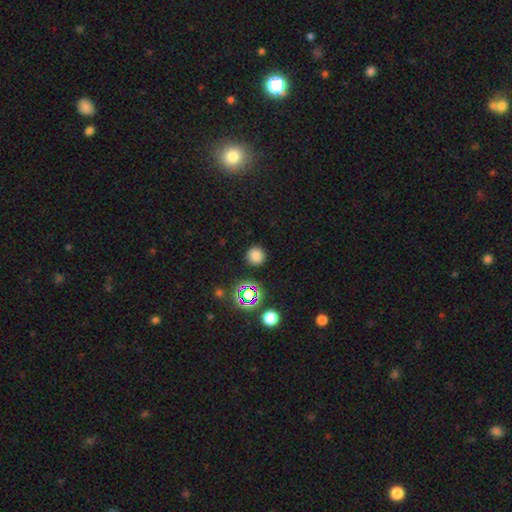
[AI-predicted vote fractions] Q: Smooth or featured?
A: smooth (75%); runner-up: star or artifact (20%)
Q: How rounded?
A: round (92%); runner-up: in between (7%)
Q: Merging?
A: none (88%); runner-up: minor disturbance (8%)